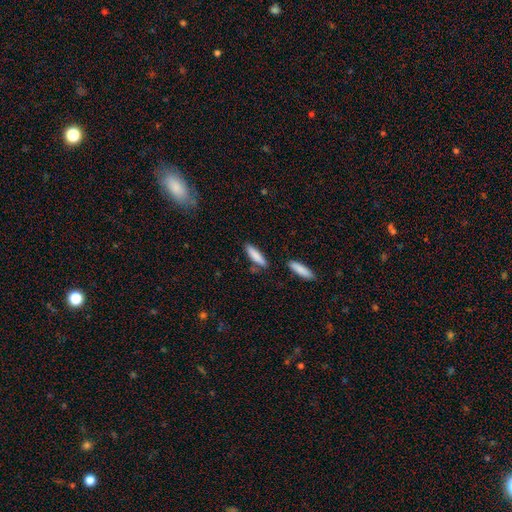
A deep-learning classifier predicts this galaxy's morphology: This is clearly a smooth galaxy (83%). How rounded: likely cigar-shaped (71%). Merging: likely none (78%).